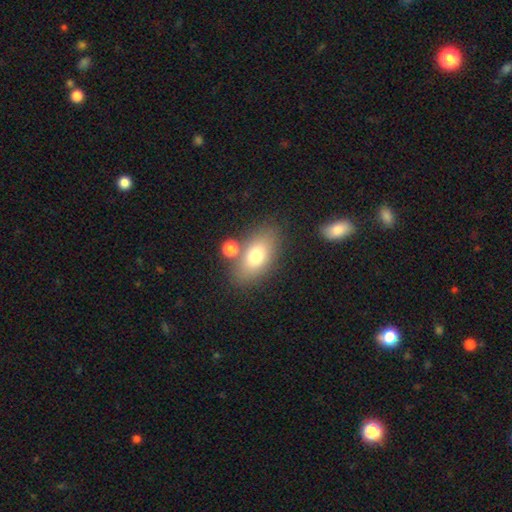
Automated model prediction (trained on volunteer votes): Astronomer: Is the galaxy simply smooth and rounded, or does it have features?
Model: smooth — 74%.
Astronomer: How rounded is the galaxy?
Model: in between — 87%.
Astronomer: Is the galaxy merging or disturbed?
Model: none — 71%.